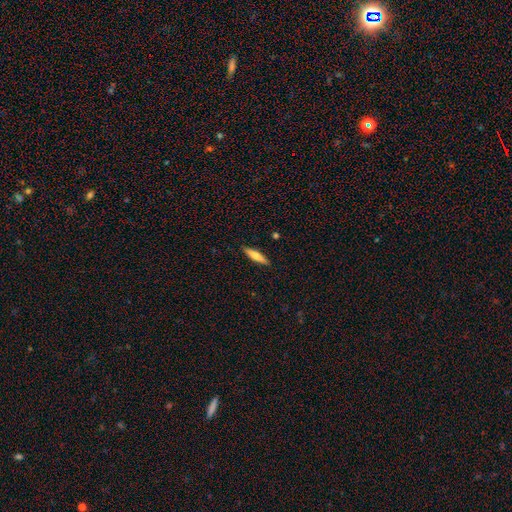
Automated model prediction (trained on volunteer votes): This appears to be a smooth galaxy with no disk features (59%) that is cigar-shaped (77%). Merging: none (90%).